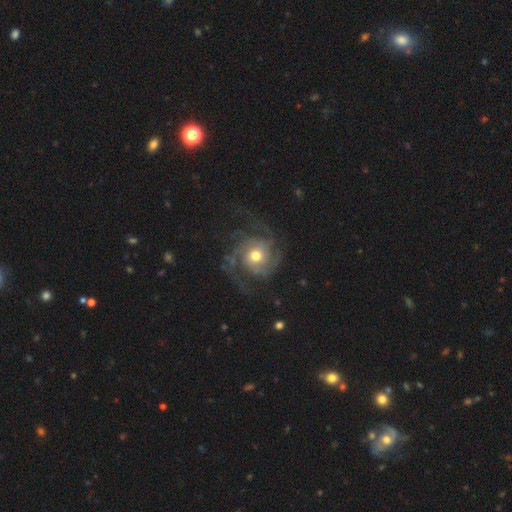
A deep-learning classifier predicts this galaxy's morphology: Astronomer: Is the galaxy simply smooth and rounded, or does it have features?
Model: featured or disk — 83%.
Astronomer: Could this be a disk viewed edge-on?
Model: no — 97%.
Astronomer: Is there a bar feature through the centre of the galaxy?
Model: no — 77%.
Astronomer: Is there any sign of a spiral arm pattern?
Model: yes — 95%.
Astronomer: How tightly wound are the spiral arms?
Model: tight — 43% (runner-up: medium, 41%).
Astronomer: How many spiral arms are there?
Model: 3 — 32% (runner-up: 2, 21%).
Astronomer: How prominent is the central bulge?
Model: moderate — 70%.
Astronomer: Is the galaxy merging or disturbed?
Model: none — 65%.